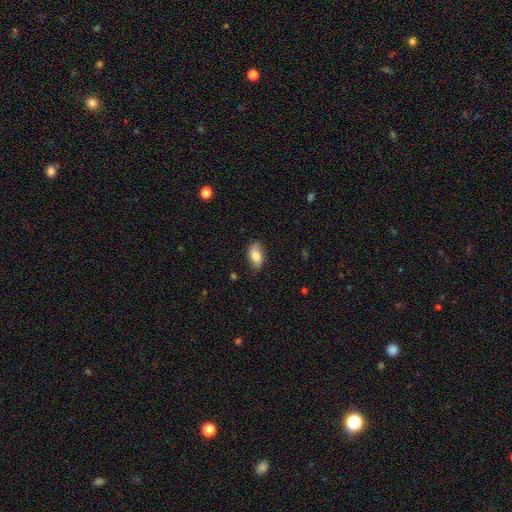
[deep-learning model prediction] Morphology: type=smooth (82%); roundness=in between (92%); merging=none (76%).